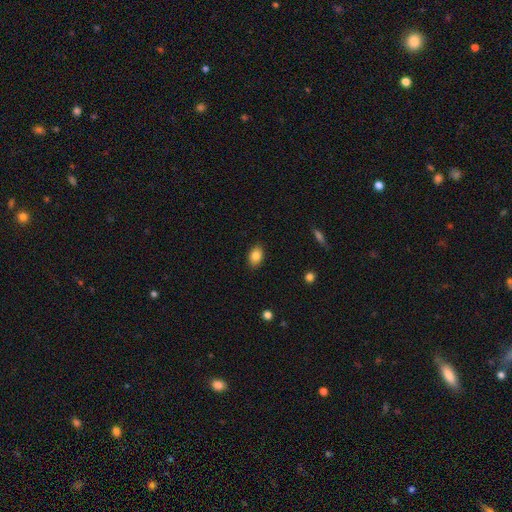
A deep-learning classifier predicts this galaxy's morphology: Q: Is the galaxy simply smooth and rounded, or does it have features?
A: smooth — 84%.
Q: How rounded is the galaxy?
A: in between — 86%.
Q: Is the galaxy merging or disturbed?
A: none — 88%.